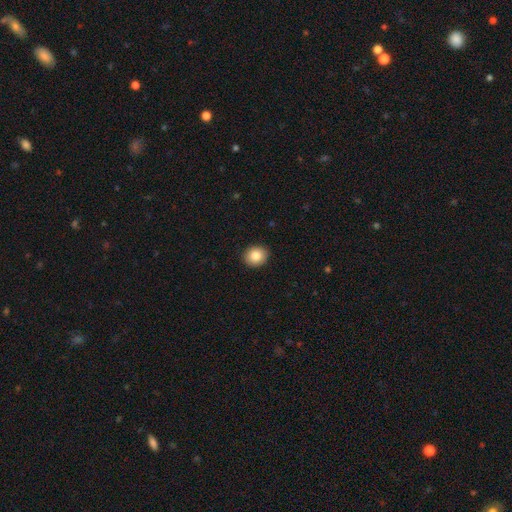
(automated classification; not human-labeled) A smooth galaxy with no disk features (84%) that is round (73%).

Vote fractions:
- Smooth or featured? smooth: 84% / star or artifact: 9% / featured or disk: 7%
- How rounded? round: 73% / in between: 26% / cigar-shaped: 1%
- Merging? none: 92% / minor disturbance: 6% / major disturbance: 2% / merger: 1%